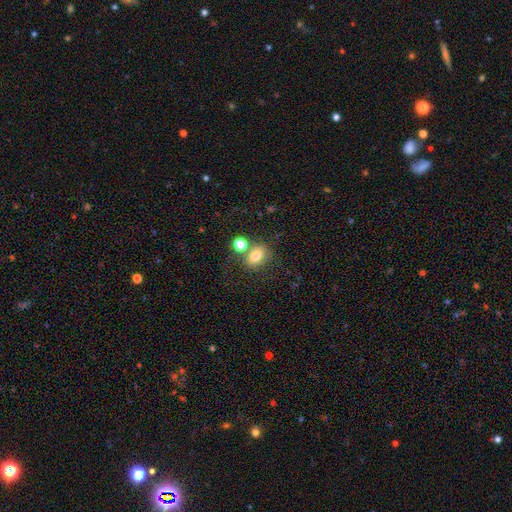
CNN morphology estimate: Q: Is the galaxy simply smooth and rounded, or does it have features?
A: smooth — 78%.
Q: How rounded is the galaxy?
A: in between — 60%.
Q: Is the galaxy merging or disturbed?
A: none — 56%.